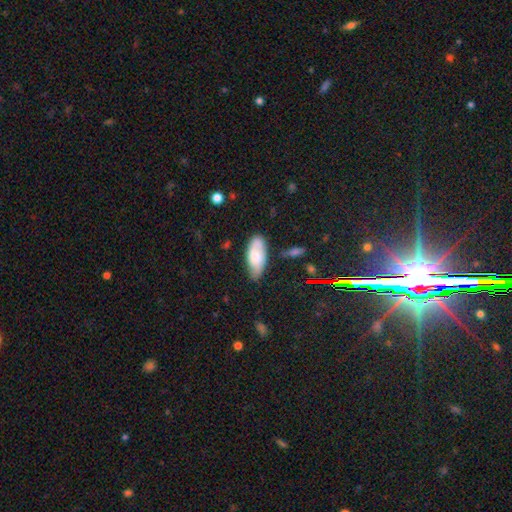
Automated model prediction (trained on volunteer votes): Morphology: type=smooth (67%); roundness=in between (87%); merging=none (62%).